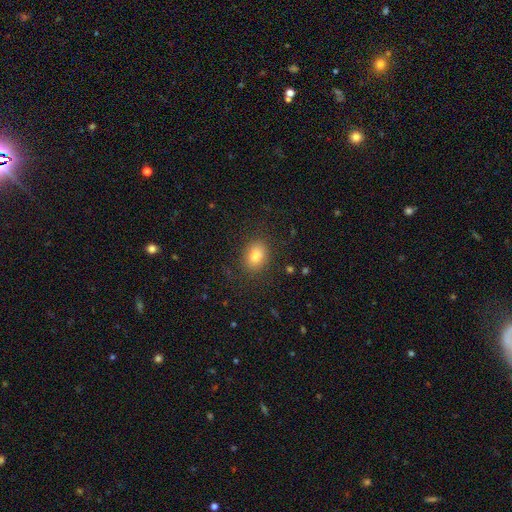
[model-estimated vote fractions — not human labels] The model was most divided on "how rounded": in between: 60%, round: 39%, cigar-shaped: 1%. More confident: merging — none (84%); smooth or featured — smooth (82%).